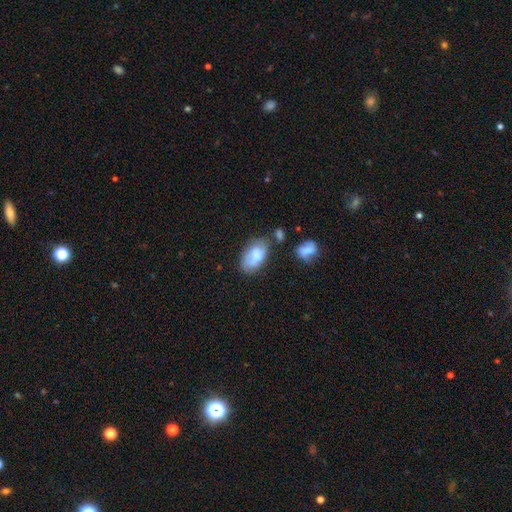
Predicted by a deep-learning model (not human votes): smooth_or_featured: smooth (p=0.76) [alt: featured or disk p=0.17]
how_rounded: in between (p=0.93) [alt: round p=0.05]
merging: none (p=0.50) [alt: minor disturbance p=0.28]